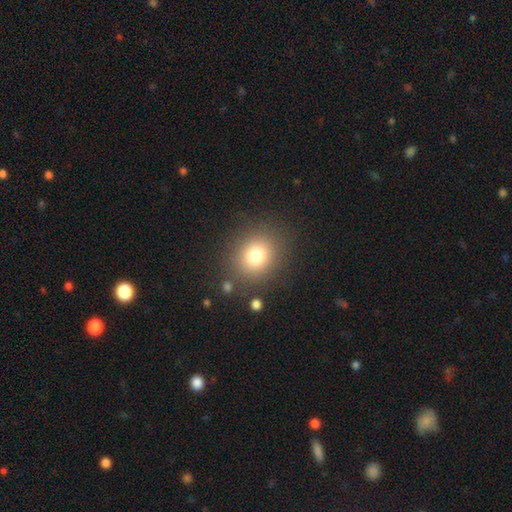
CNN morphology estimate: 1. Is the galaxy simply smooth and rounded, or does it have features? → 77% smooth, 14% star or artifact, 9% featured or disk.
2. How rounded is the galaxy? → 77% round, 22% in between, 1% cigar-shaped.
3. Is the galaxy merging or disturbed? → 84% none, 9% minor disturbance, 5% major disturbance, 3% merger.